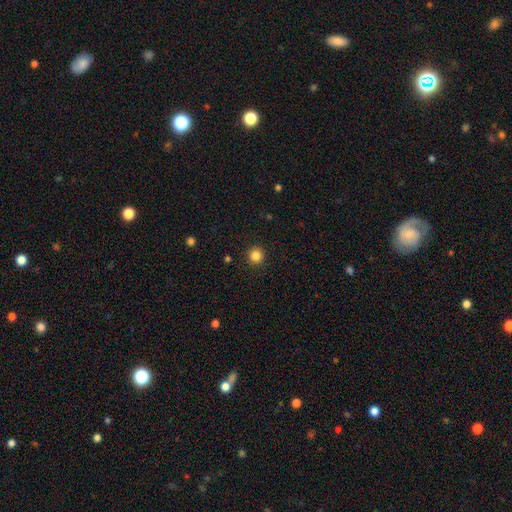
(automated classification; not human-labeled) The model was most divided on "smooth or featured": smooth: 84%, star or artifact: 12%, featured or disk: 4%. More confident: how rounded — round (95%); merging — none (92%).